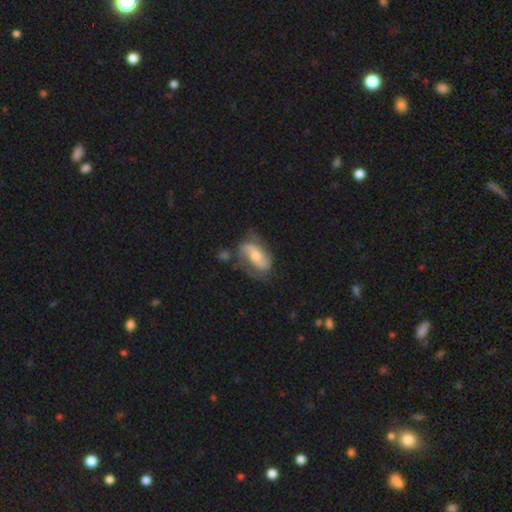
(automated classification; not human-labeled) This appears to be a featured or disk galaxy (69%) with no bar (39%), 2 (81%) medium (40%) spiral arms (85%) and a moderate central bulge (61%). Merging: none (57%).